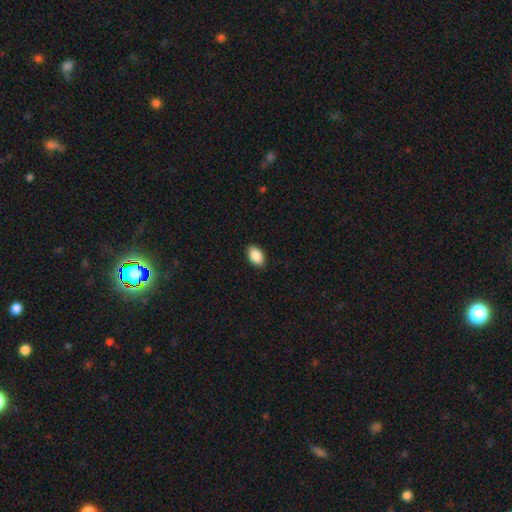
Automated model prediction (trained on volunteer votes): This is clearly a smooth galaxy (89%). How rounded: clearly in between (93%). Merging: clearly none (89%).